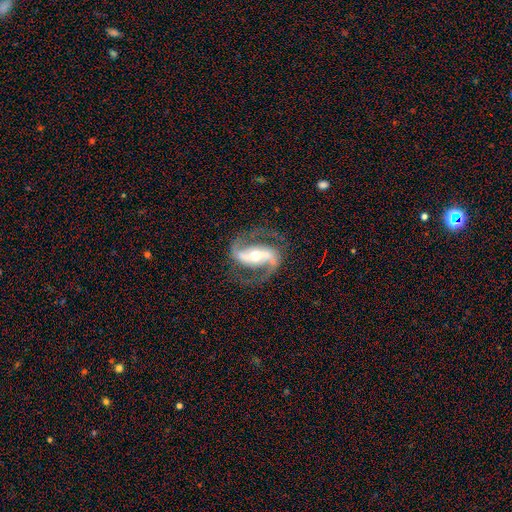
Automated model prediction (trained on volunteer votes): Q: Smooth or featured?
A: featured or disk (92%); runner-up: star or artifact (5%)
Q: Edge-on disk?
A: no (97%); runner-up: yes (3%)
Q: Bar?
A: strong (59%); runner-up: weak (25%)
Q: Spiral arms?
A: yes (98%); runner-up: no (2%)
Q: Spiral winding?
A: medium (55%); runner-up: loose (31%)
Q: Spiral arm count?
A: 2 (94%); runner-up: can't tell (2%)
Q: Bulge size?
A: moderate (61%); runner-up: small (31%)
Q: Merging?
A: none (79%); runner-up: minor disturbance (12%)